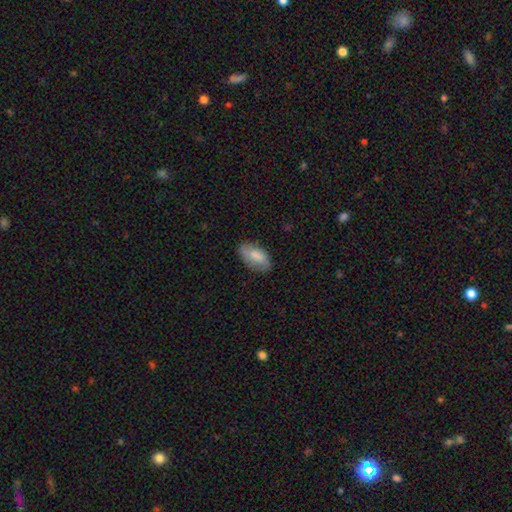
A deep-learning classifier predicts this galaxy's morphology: Smooth or featured? smooth (78%)
How rounded? in between (94%)
Merging? none (77%)